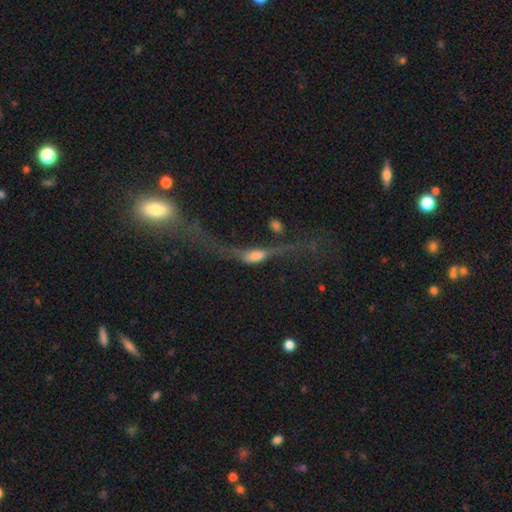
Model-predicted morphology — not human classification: Q: Smooth or featured?
A: featured or disk (52%); runner-up: smooth (35%)
Q: Edge-on disk?
A: yes (53%); runner-up: no (47%)
Q: Merging?
A: major disturbance (46%); runner-up: none (22%)